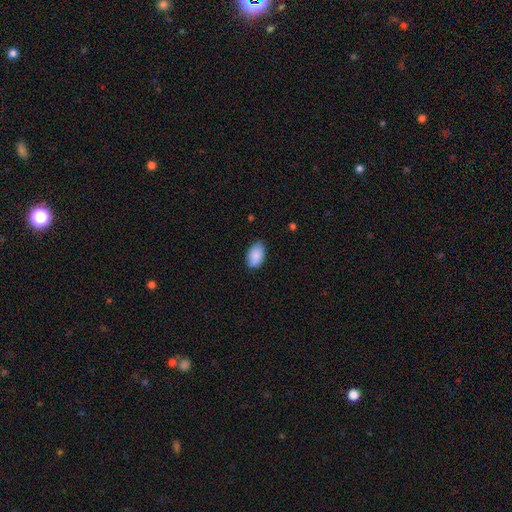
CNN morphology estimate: A smooth galaxy with no disk features (89%) that is in between round and cigar-shaped (93%). Merging: none (79%).